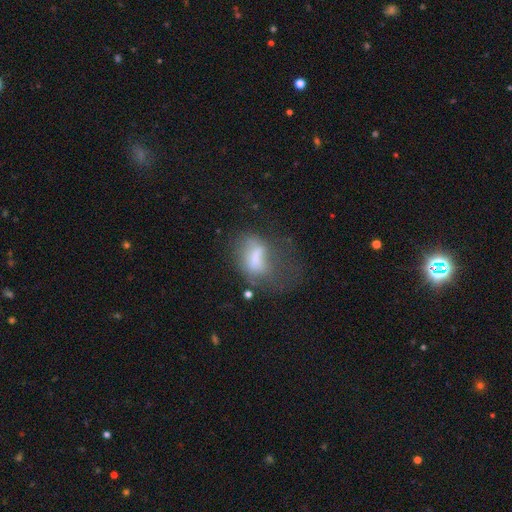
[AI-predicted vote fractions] A smooth galaxy with no disk features (54%) that is in between round and cigar-shaped (77%). Merging: major disturbance (49%).